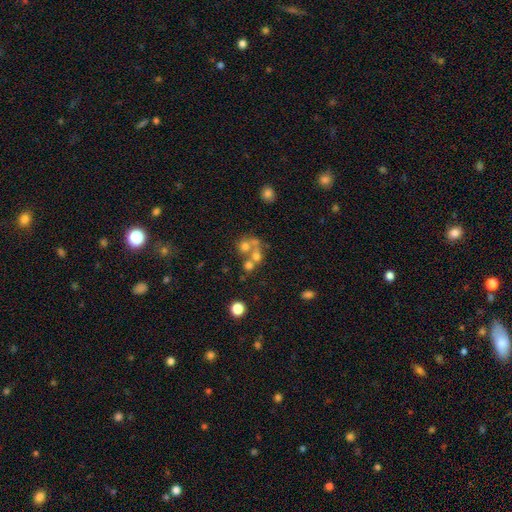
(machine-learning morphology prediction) Smooth or featured? Predicted: smooth (p=0.48). Merging? Predicted: merger (p=0.52).